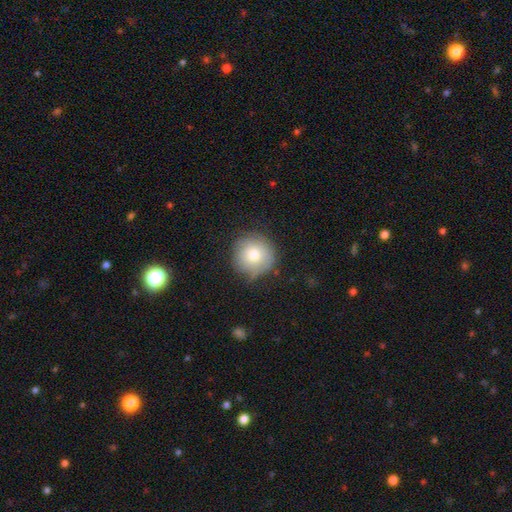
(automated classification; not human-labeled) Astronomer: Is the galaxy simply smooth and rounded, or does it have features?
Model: smooth — 74%.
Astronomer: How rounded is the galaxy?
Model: round — 95%.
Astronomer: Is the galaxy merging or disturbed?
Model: none — 72%.